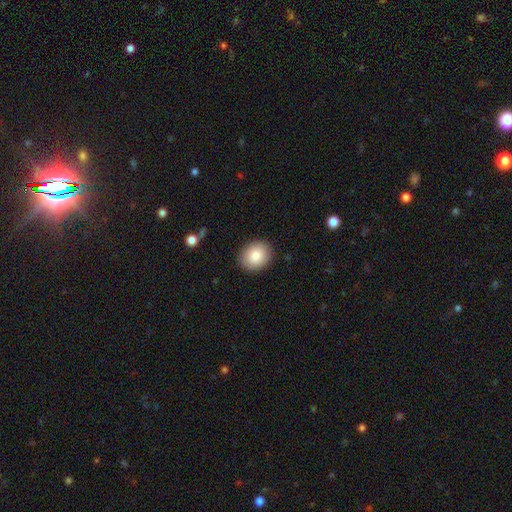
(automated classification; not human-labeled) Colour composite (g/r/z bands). It shows a smooth galaxy with no disk features (86%) that is round (57%). Merging: none (89%).